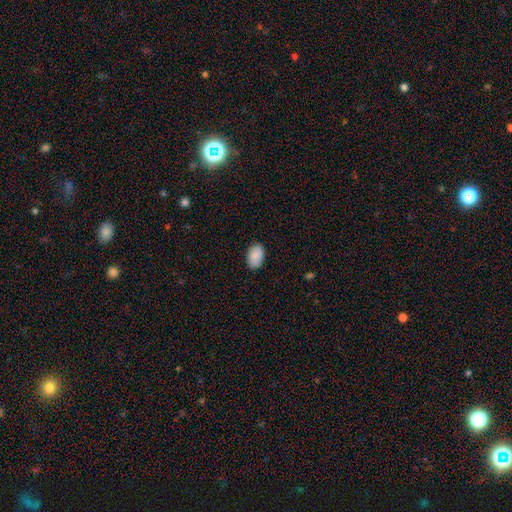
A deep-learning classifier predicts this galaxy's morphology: Overall: smooth (88%). How rounded: in between (89%). Merging: none (83%).